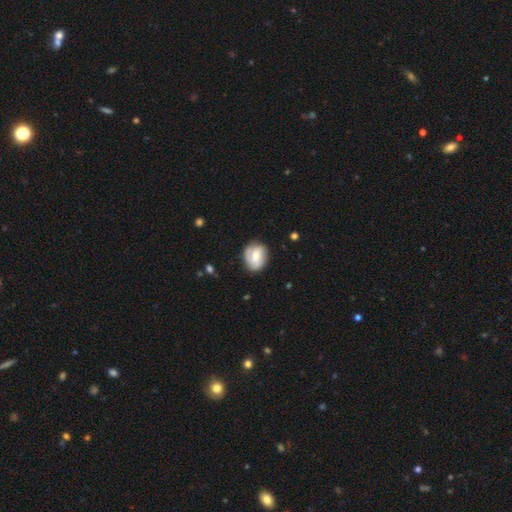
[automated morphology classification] Smooth or featured? Predicted: featured or disk (p=0.52). Edge-on disk? Predicted: no (p=0.97). Bar? Predicted: weak (p=0.43, tied with no). Spiral arms? Predicted: yes (p=0.79). Bulge size? Predicted: moderate (p=0.59). Merging? Predicted: none (p=0.73).